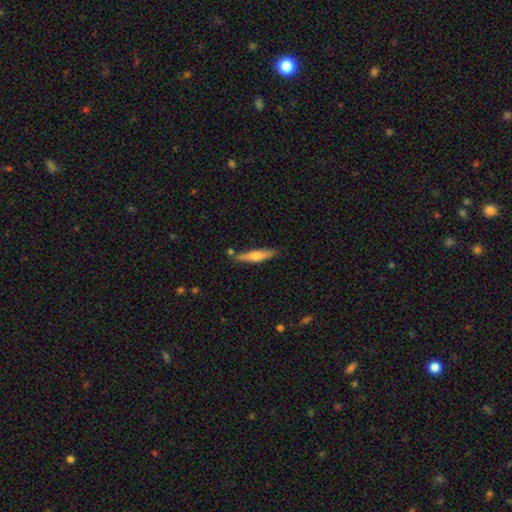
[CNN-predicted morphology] A smooth galaxy with no disk features (52%) that is cigar-shaped (83%).

Vote fractions:
- Smooth or featured? smooth: 52% / featured or disk: 42% / star or artifact: 6%
- How rounded? cigar-shaped: 83% / in between: 15% / round: 2%
- Merging? none: 78% / minor disturbance: 14% / merger: 5% / major disturbance: 3%